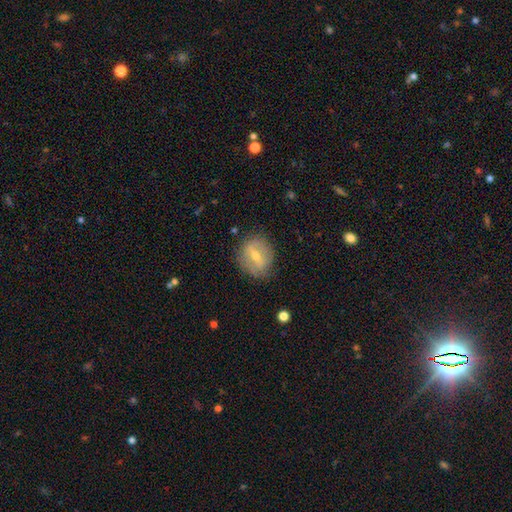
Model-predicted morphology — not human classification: Overall: featured or disk (59%; smooth 33%). Edge-on disk: no (89%). Bar: strong (50%; weak 36%). Spiral arms: no (69%; yes 31%). Bulge size: moderate (53%; small 43%). Merging: none (80%).